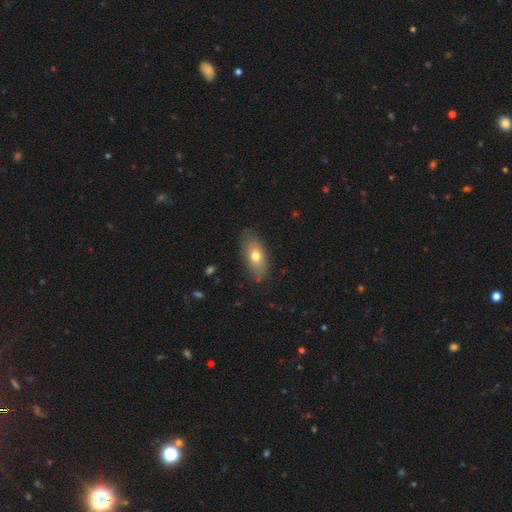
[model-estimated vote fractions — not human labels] A smooth galaxy with no disk features (68%) that is in between round and cigar-shaped (80%). Merging: none (81%).